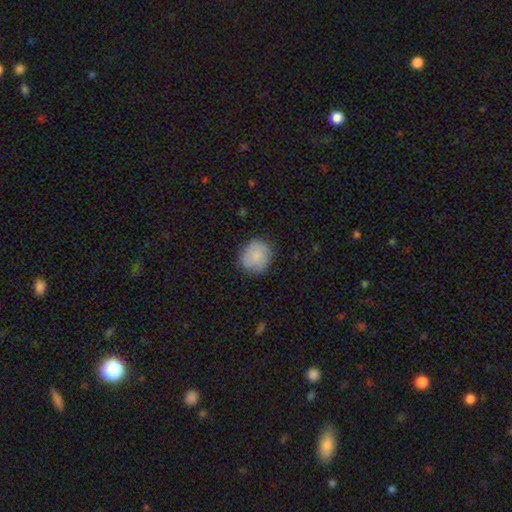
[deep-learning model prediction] Q: Smooth or featured?
A: smooth (85%); runner-up: featured or disk (8%)
Q: How rounded?
A: round (83%); runner-up: in between (16%)
Q: Merging?
A: none (84%); runner-up: minor disturbance (12%)